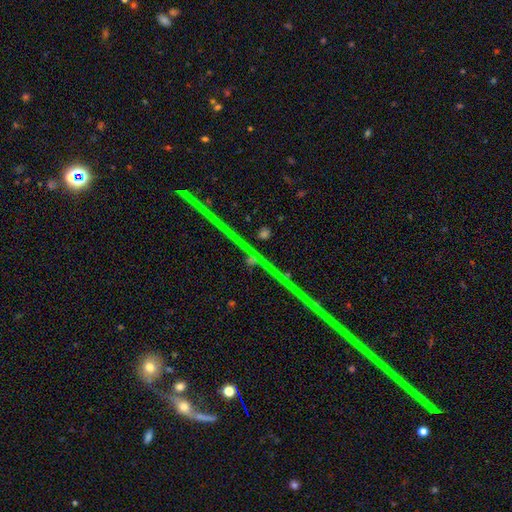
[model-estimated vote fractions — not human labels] smooth_or_featured: star or artifact (p=0.84) [alt: featured or disk p=0.09]